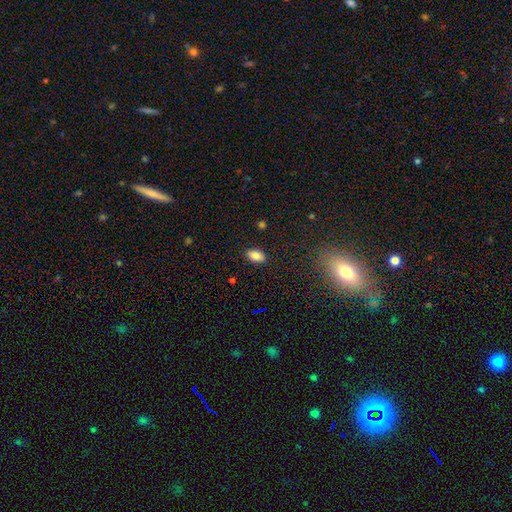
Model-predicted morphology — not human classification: type=smooth (85%); roundness=in between (91%); merging=none (88%).